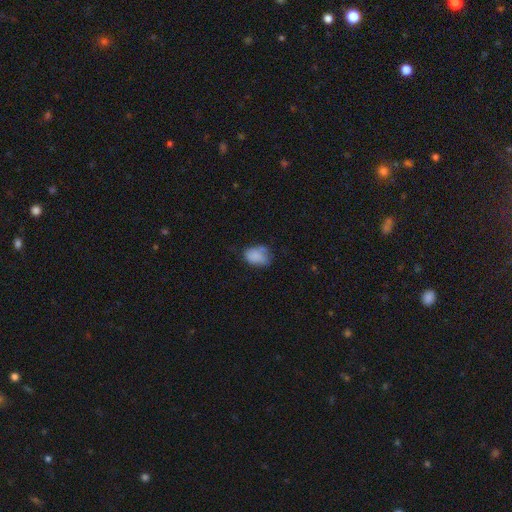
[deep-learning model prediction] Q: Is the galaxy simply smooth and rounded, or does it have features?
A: smooth — 79%.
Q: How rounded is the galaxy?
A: in between — 80%.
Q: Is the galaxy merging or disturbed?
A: none — 42%.